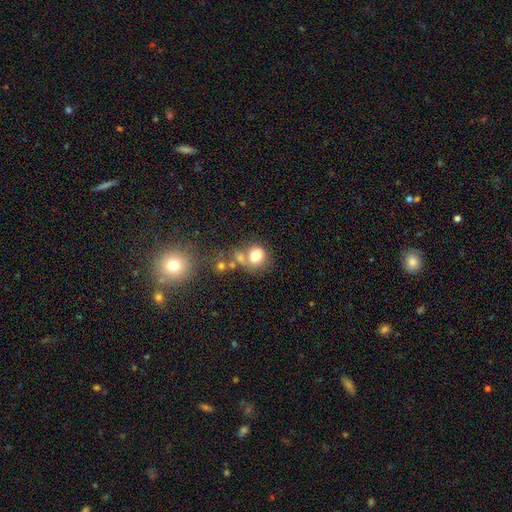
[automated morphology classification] Smooth or featured? smooth (75%)
How rounded? round (70%)
Merging? none (42%)